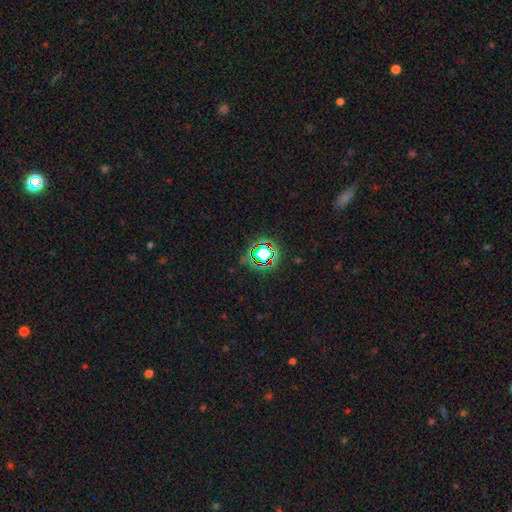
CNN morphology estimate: Smooth or featured? Predicted: star or artifact (p=0.75).